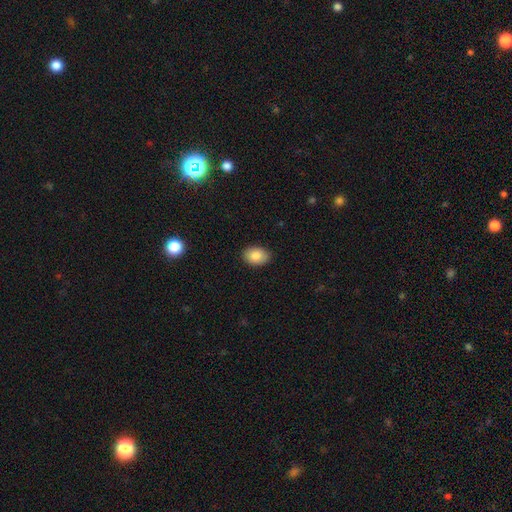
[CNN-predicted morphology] The model was most divided on "how rounded": in between: 80%, round: 19%, cigar-shaped: 1%. More confident: merging — none (87%); smooth or featured — smooth (85%).